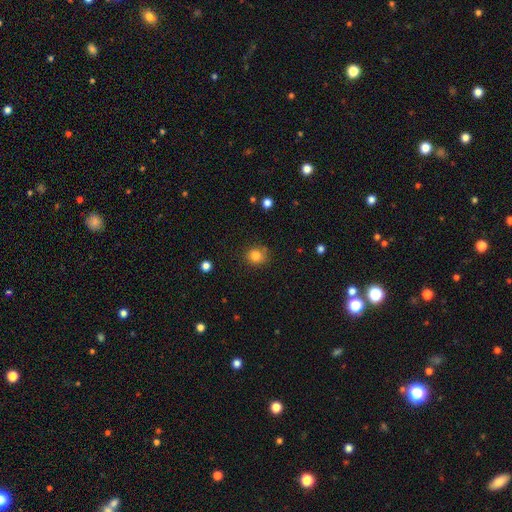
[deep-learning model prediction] Smooth or featured? smooth (82%)
How rounded? round (83%)
Merging? none (79%)